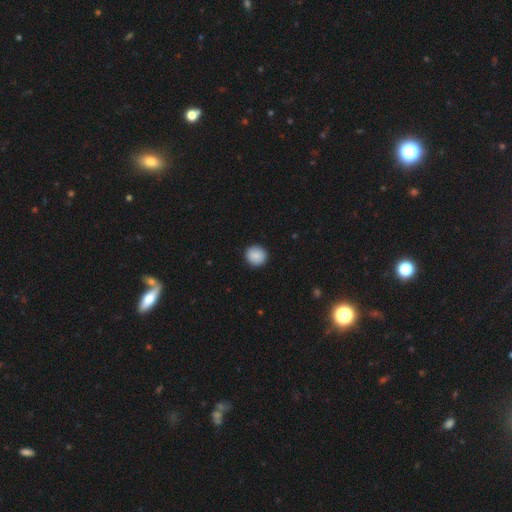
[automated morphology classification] This appears to be a smooth galaxy with no disk features (86%) that is round (92%). Merging: none (91%).